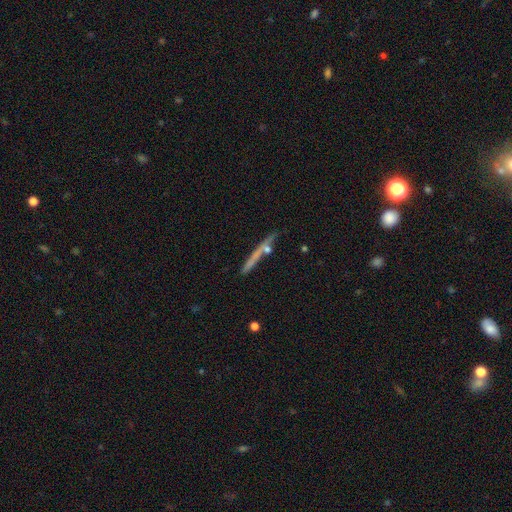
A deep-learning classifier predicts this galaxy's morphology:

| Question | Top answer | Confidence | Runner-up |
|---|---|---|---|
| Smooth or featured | featured or disk | 51% | smooth (39%) |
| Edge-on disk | yes | 92% | no (8%) |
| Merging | none | 75% | minor disturbance (13%) |